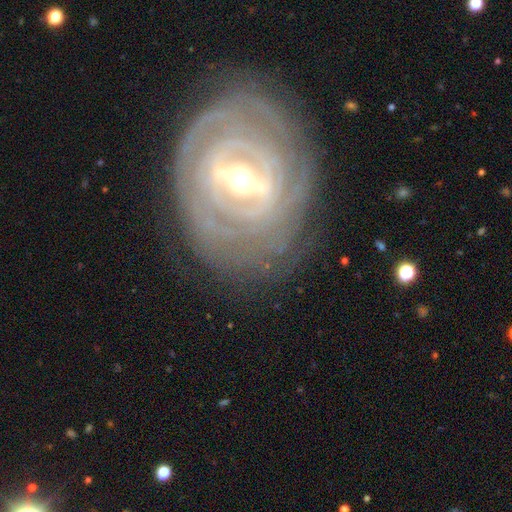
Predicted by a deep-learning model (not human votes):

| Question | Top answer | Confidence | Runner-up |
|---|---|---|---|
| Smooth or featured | featured or disk | 86% | smooth (8%) |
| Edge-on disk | no | 91% | yes (9%) |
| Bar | strong | 64% | weak (25%) |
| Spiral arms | yes | 82% | no (18%) |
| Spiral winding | tight | 80% | medium (15%) |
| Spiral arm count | can't tell | 44% | 2 (17%) |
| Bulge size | moderate | 62% | small (31%) |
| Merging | none | 77% | minor disturbance (13%) |